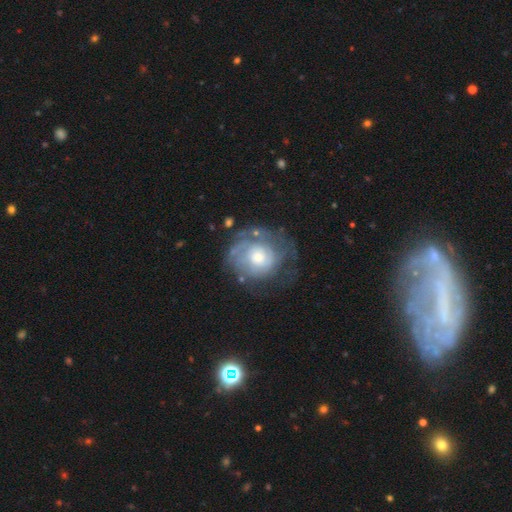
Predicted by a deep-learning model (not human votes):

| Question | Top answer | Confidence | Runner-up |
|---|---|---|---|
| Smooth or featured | featured or disk | 66% | smooth (24%) |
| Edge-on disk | no | 97% | yes (3%) |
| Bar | no | 80% | weak (17%) |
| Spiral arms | yes | 74% | no (26%) |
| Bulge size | moderate | 57% | small (27%) |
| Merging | none | 63% | minor disturbance (20%) |